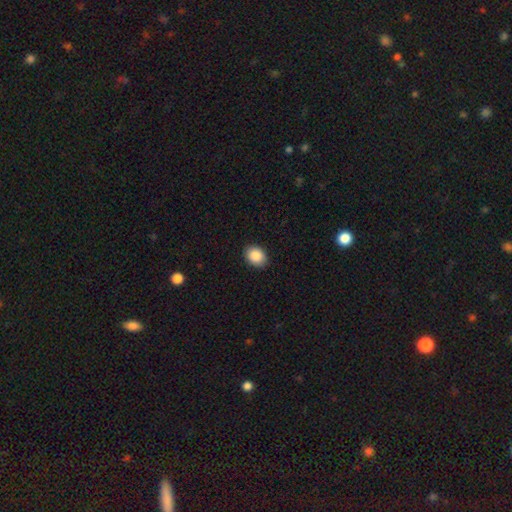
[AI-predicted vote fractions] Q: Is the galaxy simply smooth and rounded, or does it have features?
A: smooth — 89%.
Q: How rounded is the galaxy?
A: in between — 63%.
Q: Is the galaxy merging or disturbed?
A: none — 89%.